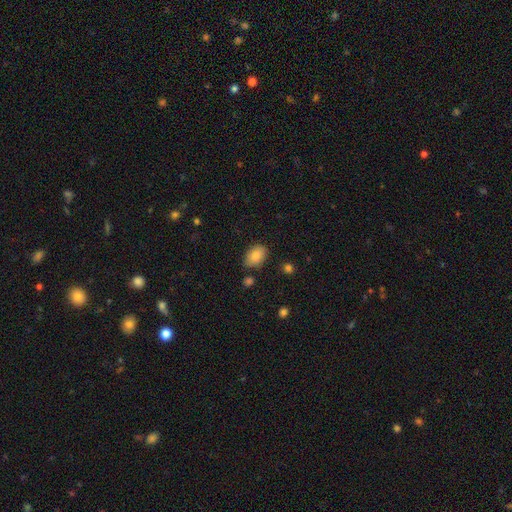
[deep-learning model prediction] Smooth or featured: smooth — 83% (featured or disk — 9%)
How rounded: in between — 85% (round — 14%)
Merging: none — 78% (minor disturbance — 16%)